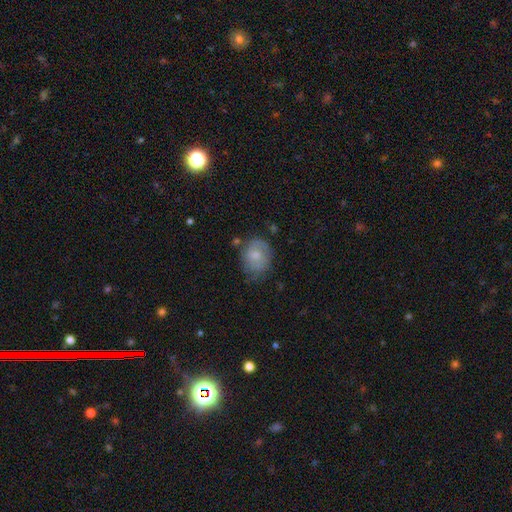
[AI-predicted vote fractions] A smooth galaxy with no disk features (62%) that is in between round and cigar-shaped (56%).

Vote fractions:
- Smooth or featured? smooth: 62% / featured or disk: 30% / star or artifact: 8%
- How rounded? in between: 56% / round: 43% / cigar-shaped: 1%
- Merging? none: 58% / minor disturbance: 29% / major disturbance: 10% / merger: 3%